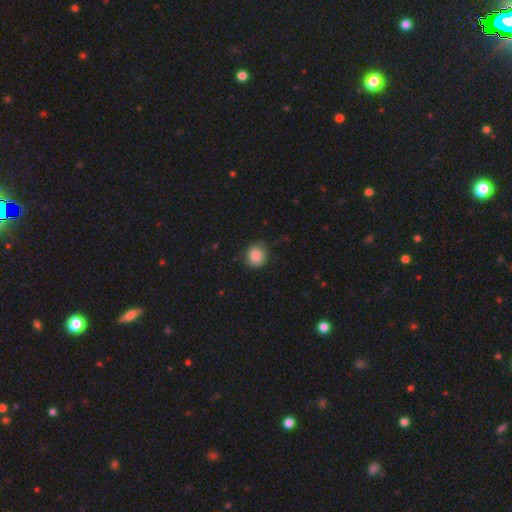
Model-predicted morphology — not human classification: This appears to be a smooth galaxy with no disk features (87%) that is round (77%). Merging: none (78%).